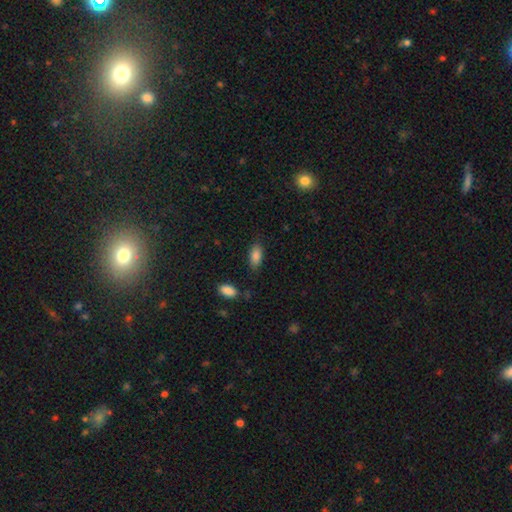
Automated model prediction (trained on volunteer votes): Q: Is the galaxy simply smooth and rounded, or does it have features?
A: smooth — 86%.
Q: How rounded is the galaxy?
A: in between — 88%.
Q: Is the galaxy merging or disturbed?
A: none — 81%.